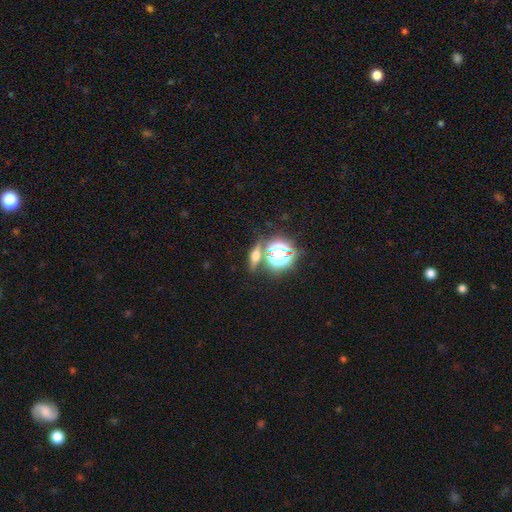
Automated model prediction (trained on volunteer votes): The model was most divided on "smooth or featured": featured or disk: 38%, smooth: 33%, star or artifact: 29%. More confident: merging — none (78%).